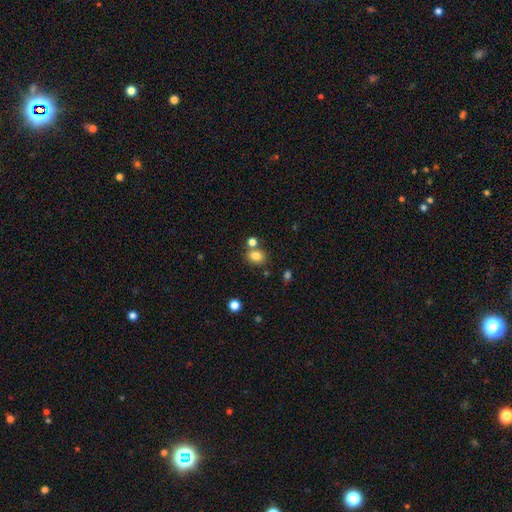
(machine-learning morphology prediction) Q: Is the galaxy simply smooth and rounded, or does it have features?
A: smooth — 82%.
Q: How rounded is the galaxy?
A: round — 50%.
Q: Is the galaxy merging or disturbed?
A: none — 66%.